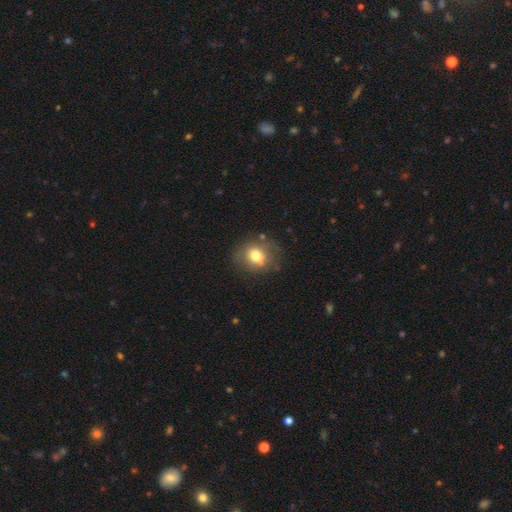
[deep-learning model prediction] smooth-or-featured: smooth: 71% | featured or disk: 19% | star or artifact: 10%
  how-rounded: round: 65% | in between: 34% | cigar-shaped: 1%
  merging: none: 68% | minor disturbance: 21% | major disturbance: 9% | merger: 3%